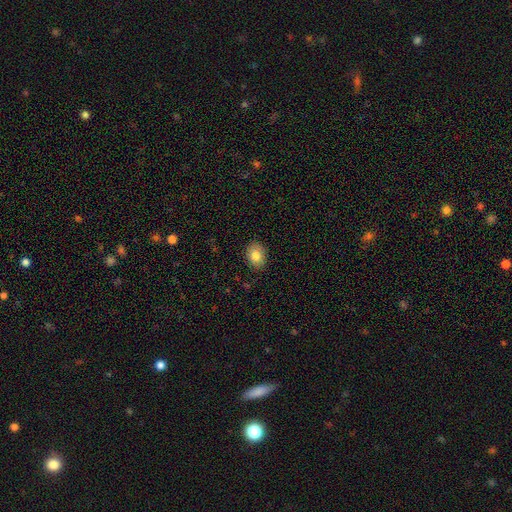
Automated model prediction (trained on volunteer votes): Smooth or featured? Predicted: smooth (p=0.82). How rounded? Predicted: in between (p=0.69). Merging? Predicted: none (p=0.88).